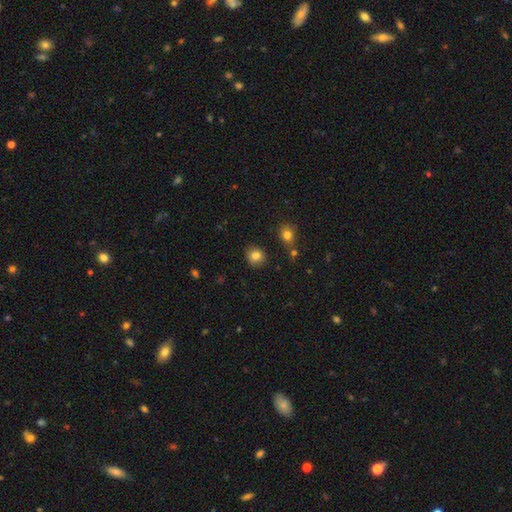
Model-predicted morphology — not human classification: type=smooth (82%); roundness=round (81%); merging=none (86%).